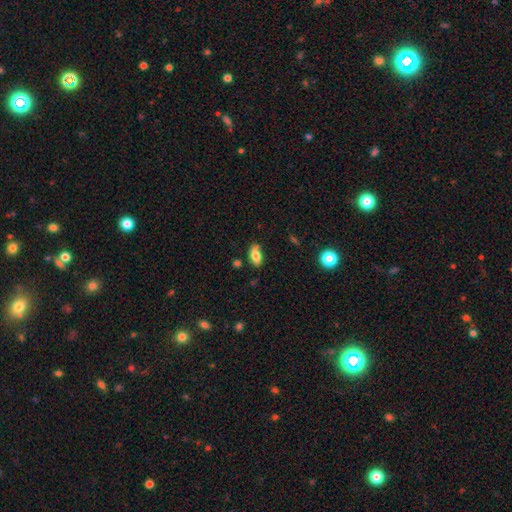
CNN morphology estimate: Smooth or featured?
  - smooth: 78% *
  - featured or disk: 14%
  - star or artifact: 8%
How rounded?
  - in between: 90% *
  - cigar-shaped: 6%
  - round: 4%
Merging?
  - none: 75% *
  - minor disturbance: 18%
  - merger: 4%
  - major disturbance: 3%